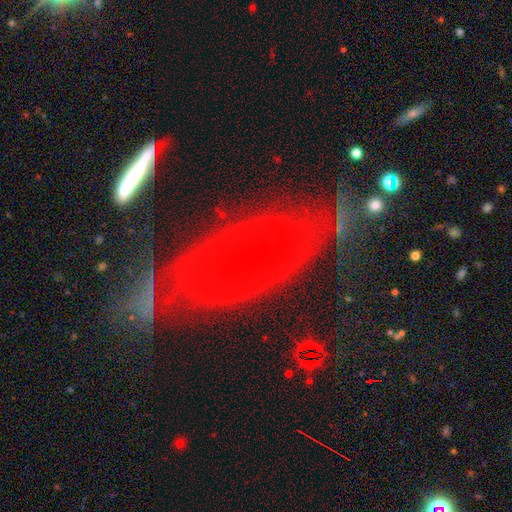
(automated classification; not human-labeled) This is likely a featured or disk galaxy (75%). It is clearly not viewed edge-on (87%). Bar: marginally weak (42%). Spiral arm pattern: likely yes (79%). Spiral arm count: possibly 2 (50%). Spiral winding: marginally medium (39%). Central bulge: likely small (77%). Merging: possibly none (48%).